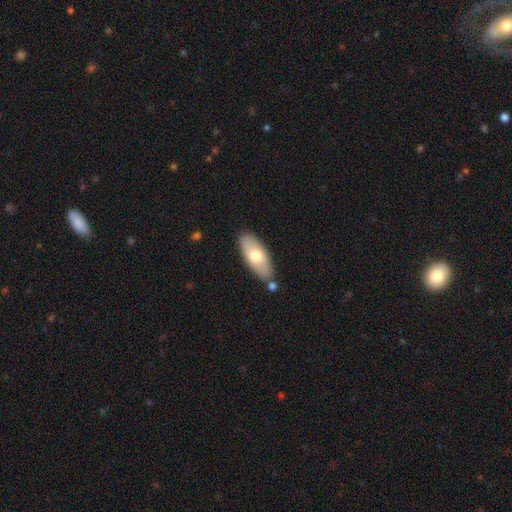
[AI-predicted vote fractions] A smooth galaxy with no disk features (67%) that is in between round and cigar-shaped (80%).

Vote fractions:
- Smooth or featured? smooth: 67% / featured or disk: 27% / star or artifact: 6%
- How rounded? in between: 80% / cigar-shaped: 17% / round: 2%
- Merging? none: 78% / minor disturbance: 12% / merger: 7% / major disturbance: 3%